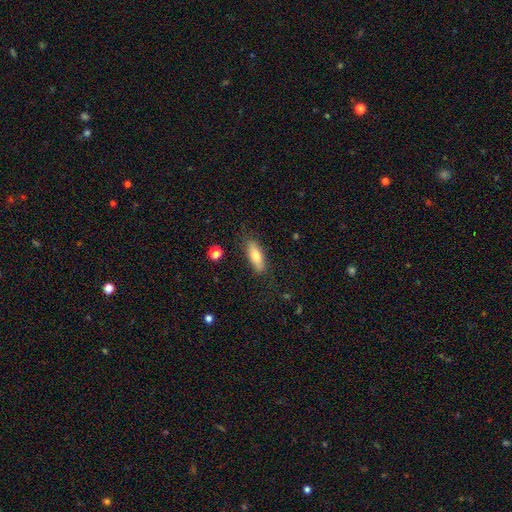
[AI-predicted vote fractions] smooth_or_featured: smooth (p=0.72) [alt: featured or disk p=0.21]
how_rounded: in between (p=0.60) [alt: cigar-shaped p=0.37]
merging: none (p=0.82) [alt: minor disturbance p=0.13]